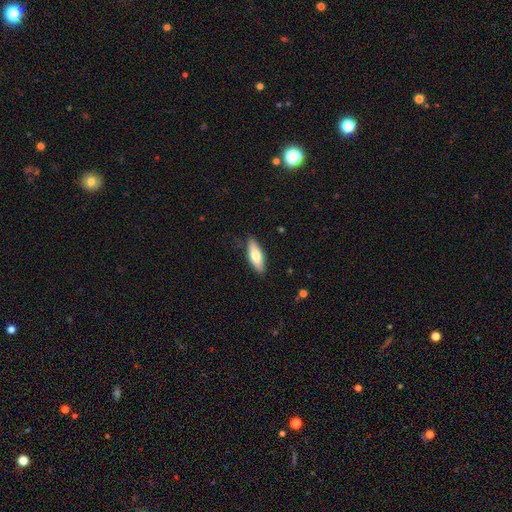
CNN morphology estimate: This appears to be a smooth galaxy with no disk features (71%) that is in between round and cigar-shaped (64%). Merging: none (85%).